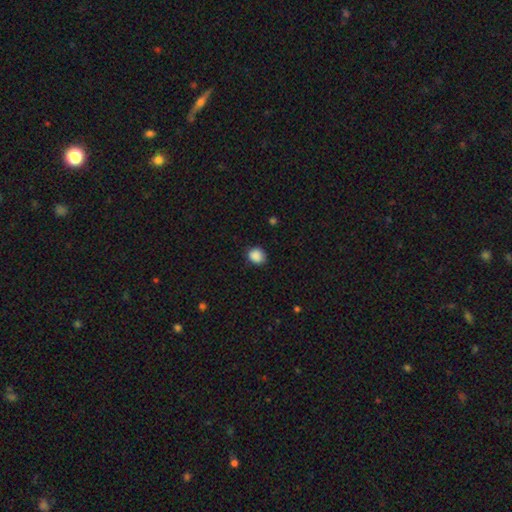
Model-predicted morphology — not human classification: type=smooth (88%); roundness=round (68%); merging=none (81%).